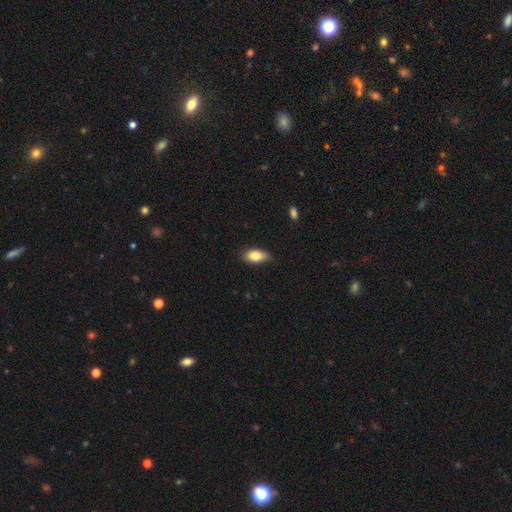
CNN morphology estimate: smooth_or_featured: smooth (p=0.82) [alt: featured or disk p=0.11]
how_rounded: in between (p=0.88) [alt: cigar-shaped p=0.07]
merging: none (p=0.76) [alt: minor disturbance p=0.20]